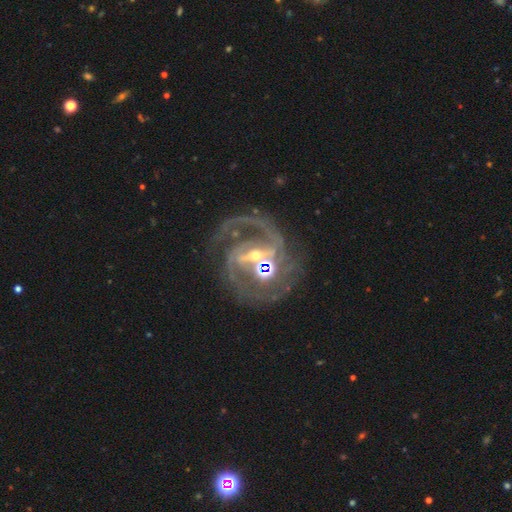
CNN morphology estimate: Overall: featured or disk (89%). Edge-on disk: no (97%). Bar: strong (64%; weak 25%). Spiral arms: yes (96%). Spiral arm count: 2 (68%). Spiral winding: medium (52%; tight 34%). Bulge size: small (51%; moderate 43%). Merging: none (57%; major disturbance 17%).